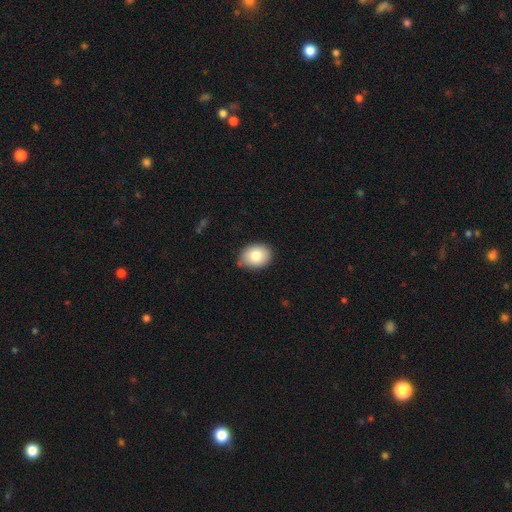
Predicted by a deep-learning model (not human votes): This appears to be a smooth galaxy with no disk features (81%) that is in between round and cigar-shaped (64%). Merging: none (81%).